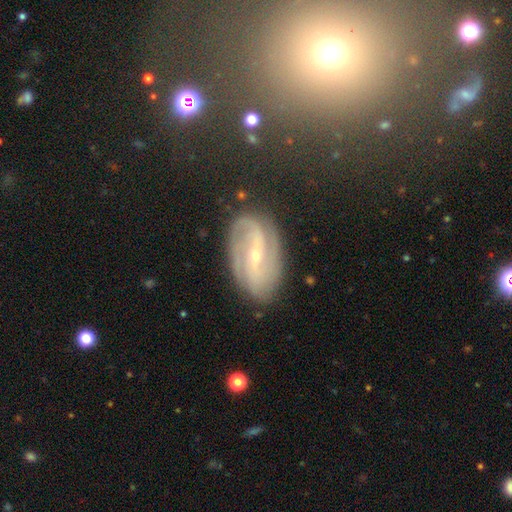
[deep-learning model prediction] Smooth or featured? featured or disk (85%)
Edge-on disk? no (94%)
Bar? strong (48%)
Spiral arms? yes (93%)
Spiral winding? medium (40%)
Spiral arm count? 2 (67%)
Bulge size? small (75%)
Merging? none (78%)